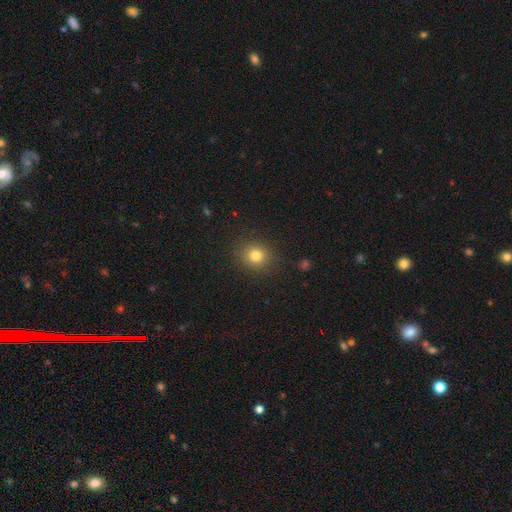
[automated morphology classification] Smooth or featured: smooth — 79% (star or artifact — 14%)
How rounded: round — 77% (in between — 22%)
Merging: none — 88% (minor disturbance — 8%)